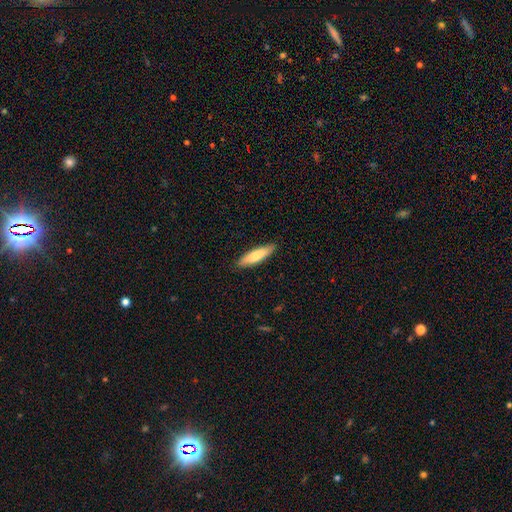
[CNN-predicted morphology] The model was most divided on "how rounded": cigar-shaped: 71%, in between: 28%, round: 1%. More confident: merging — none (89%); smooth or featured — smooth (75%).